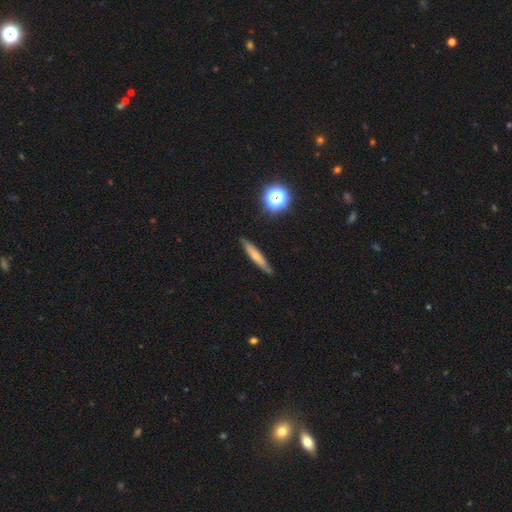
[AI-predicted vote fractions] The model was most divided on "smooth or featured": smooth: 57%, featured or disk: 33%, star or artifact: 10%. More confident: how rounded — cigar-shaped (90%); merging — none (85%).